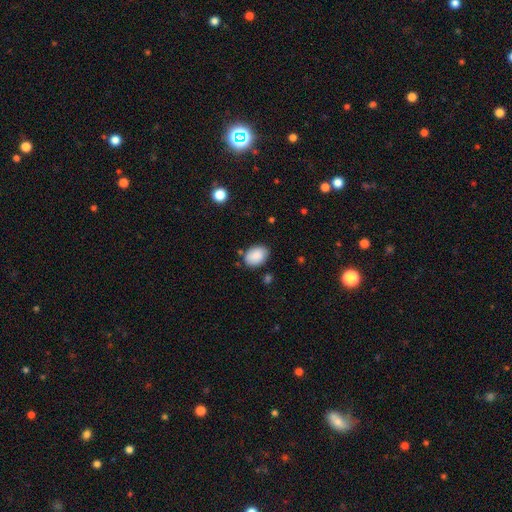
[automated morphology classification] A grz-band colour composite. It shows a smooth galaxy with no disk features (89%) that is in between round and cigar-shaped (79%). Merging: none (78%).